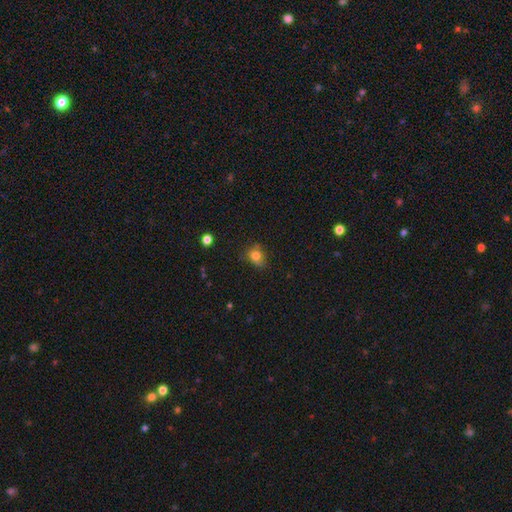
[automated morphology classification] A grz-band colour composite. It shows a smooth galaxy with no disk features (77%) that is round (57%). Merging: none (60%).